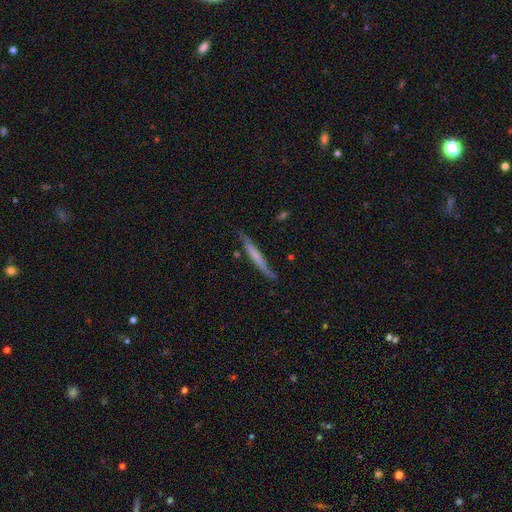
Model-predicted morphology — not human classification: smooth 48%, featured or disk 46%, star or artifact 6%. Down the decision tree: merging — none (75%).